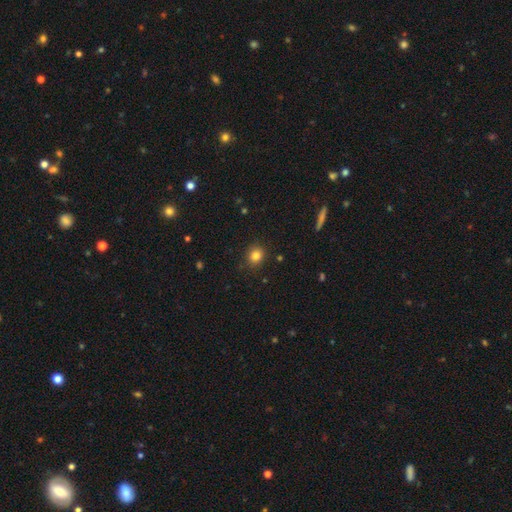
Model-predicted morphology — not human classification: A smooth galaxy with no disk features (82%) that is round (78%).

Vote fractions:
- Smooth or featured? smooth: 82% / star or artifact: 12% / featured or disk: 6%
- How rounded? round: 78% / in between: 21% / cigar-shaped: 1%
- Merging? none: 87% / minor disturbance: 9% / major disturbance: 2% / merger: 1%